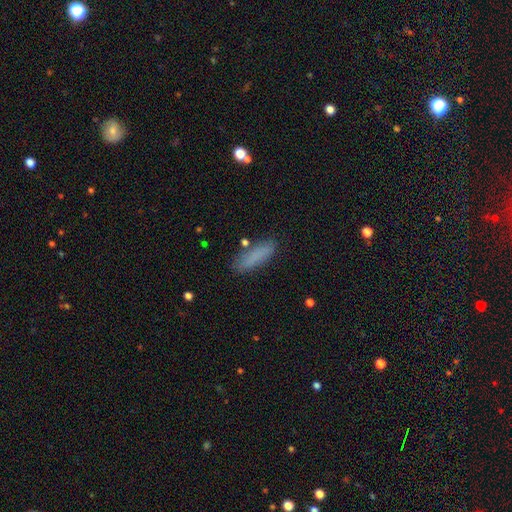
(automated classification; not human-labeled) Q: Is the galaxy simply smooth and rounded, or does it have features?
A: smooth — 82%.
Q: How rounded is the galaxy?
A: cigar-shaped — 65%.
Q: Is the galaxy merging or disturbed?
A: none — 81%.